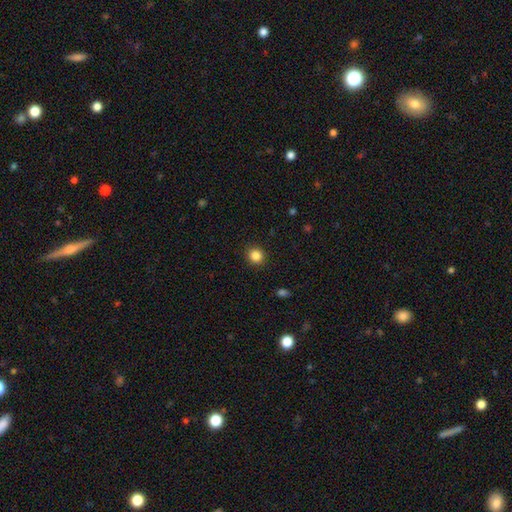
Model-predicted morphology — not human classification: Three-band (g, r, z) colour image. It shows a smooth galaxy with no disk features (85%) that is round (90%). Merging: none (91%).